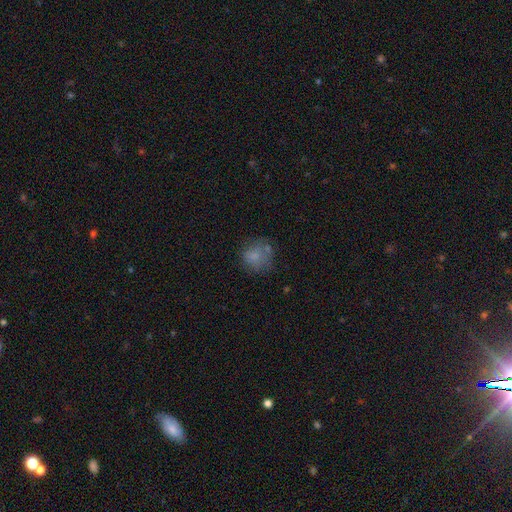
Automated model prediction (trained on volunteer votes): A smooth galaxy with no disk features (73%) that is round (80%).

Vote fractions:
- Smooth or featured? smooth: 73% / featured or disk: 16% / star or artifact: 12%
- How rounded? round: 80% / in between: 19% / cigar-shaped: 1%
- Merging? none: 57% / minor disturbance: 22% / major disturbance: 13% / merger: 8%